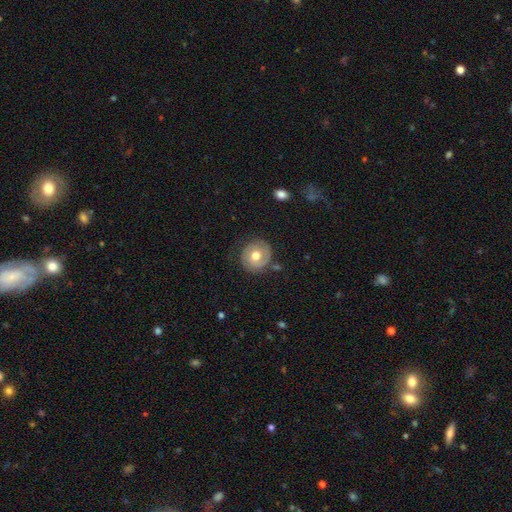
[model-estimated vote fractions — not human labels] This is possibly a smooth galaxy (50%). Merging: likely none (75%).